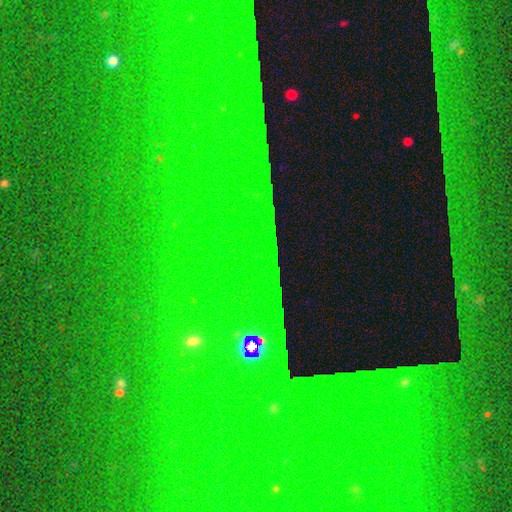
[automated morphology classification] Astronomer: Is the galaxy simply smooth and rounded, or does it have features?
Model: star or artifact — 84%.